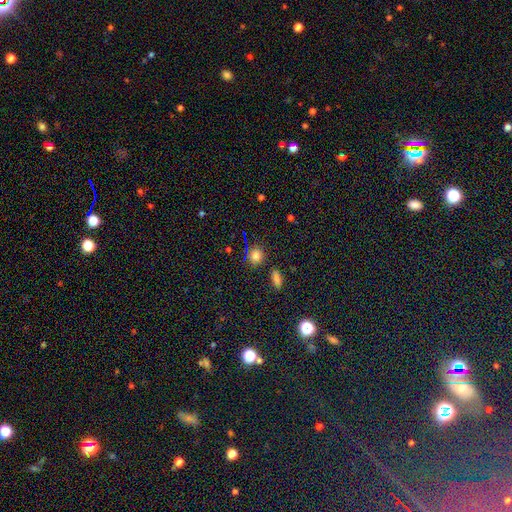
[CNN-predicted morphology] A smooth galaxy with no disk features (74%) that is round (87%).

Vote fractions:
- Smooth or featured? smooth: 74% / star or artifact: 20% / featured or disk: 6%
- How rounded? round: 87% / in between: 11% / cigar-shaped: 2%
- Merging? none: 86% / minor disturbance: 9% / merger: 3% / major disturbance: 3%